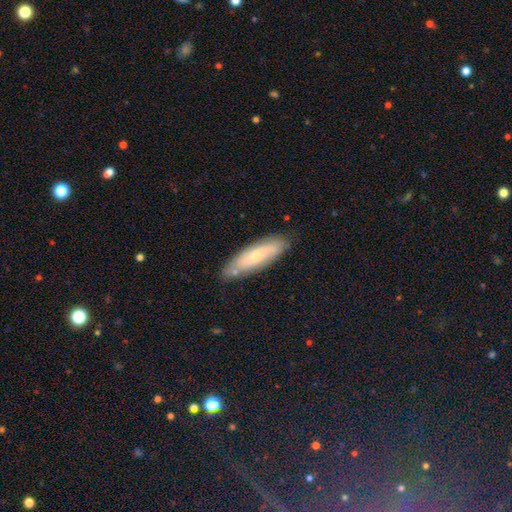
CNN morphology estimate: A smooth galaxy with no disk features (50%) that is cigar-shaped (56%).

Vote fractions:
- Smooth or featured? smooth: 50% / featured or disk: 43% / star or artifact: 7%
- How rounded? cigar-shaped: 56% / in between: 42% / round: 2%
- Merging? none: 77% / minor disturbance: 16% / merger: 3% / major disturbance: 3%